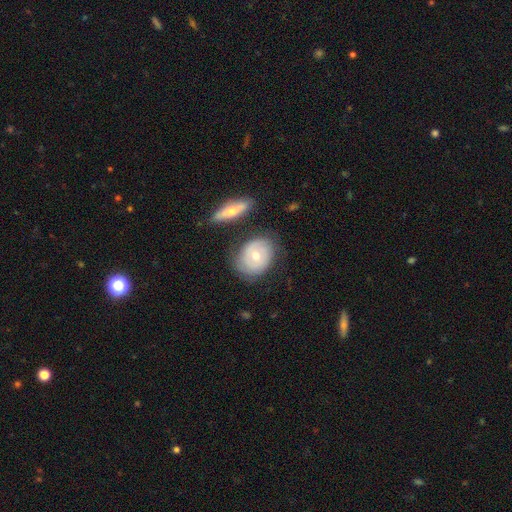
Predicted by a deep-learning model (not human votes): This appears to be a featured or disk galaxy (53%). Merging: none (68%).